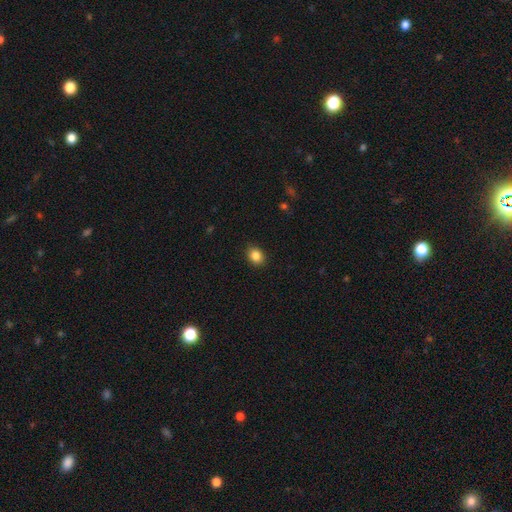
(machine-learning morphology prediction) Q: Smooth or featured?
A: smooth (86%); runner-up: star or artifact (9%)
Q: How rounded?
A: in between (55%); runner-up: round (44%)
Q: Merging?
A: none (89%); runner-up: minor disturbance (8%)